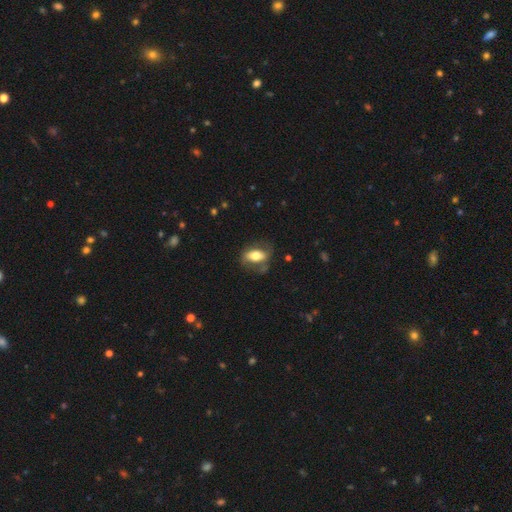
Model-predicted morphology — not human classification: This is possibly a smooth galaxy (54%). How rounded: clearly in between (83%). Merging: likely none (62%).